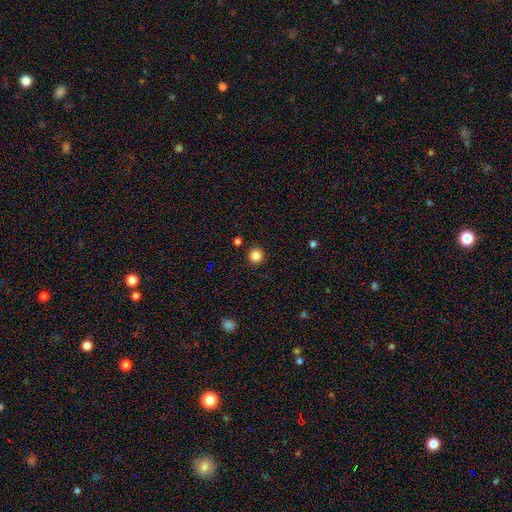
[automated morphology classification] Smooth or featured?
  - smooth: 85% *
  - star or artifact: 12%
  - featured or disk: 3%
How rounded?
  - round: 95% *
  - in between: 4%
  - cigar-shaped: 1%
Merging?
  - none: 92% *
  - minor disturbance: 4%
  - merger: 2%
  - major disturbance: 2%